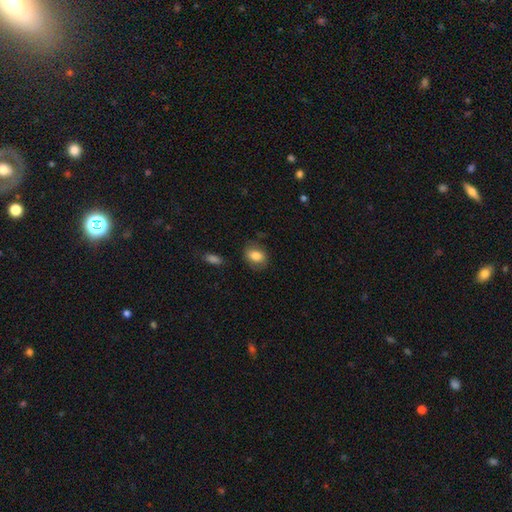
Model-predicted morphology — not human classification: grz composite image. It shows a smooth galaxy with no disk features (81%) that is in between round and cigar-shaped (68%). Merging: none (76%).